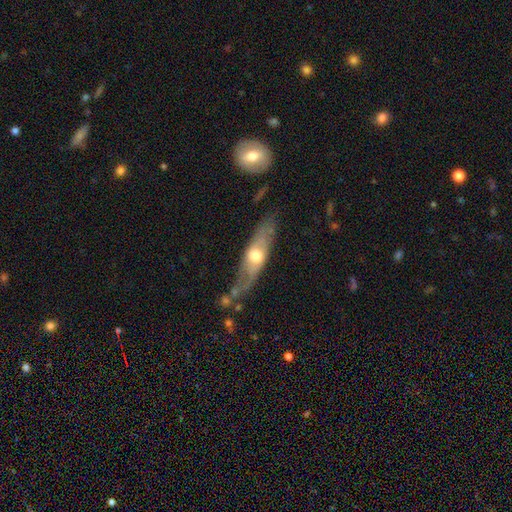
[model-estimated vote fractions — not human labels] smooth-or-featured: featured or disk: 59% | smooth: 36% | star or artifact: 5%
  disk-edge-on: yes: 55% | no: 45%
  merging: none: 64% | minor disturbance: 22% | major disturbance: 9% | merger: 5%